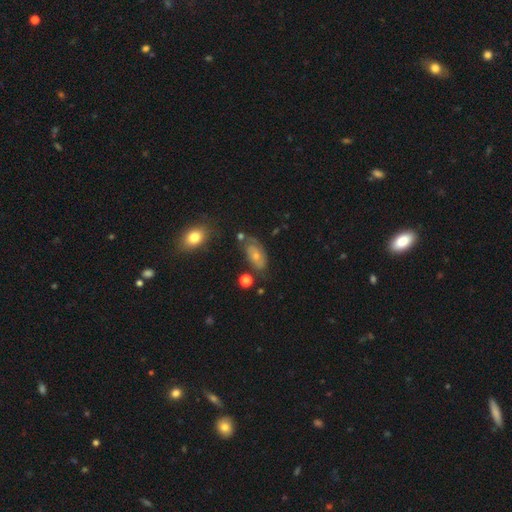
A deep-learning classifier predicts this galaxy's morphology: featured or disk 53%, smooth 37%, star or artifact 9%. Down the decision tree: edge-on disk — no (93%); merging — none (57%).